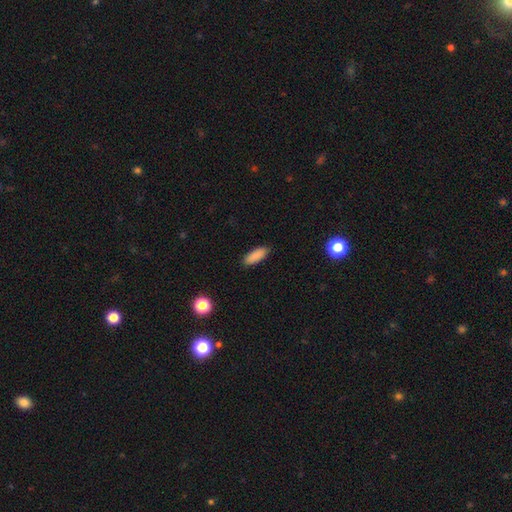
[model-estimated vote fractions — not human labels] Overall: smooth (88%). How rounded: in between (66%; cigar-shaped 32%). Merging: none (88%).